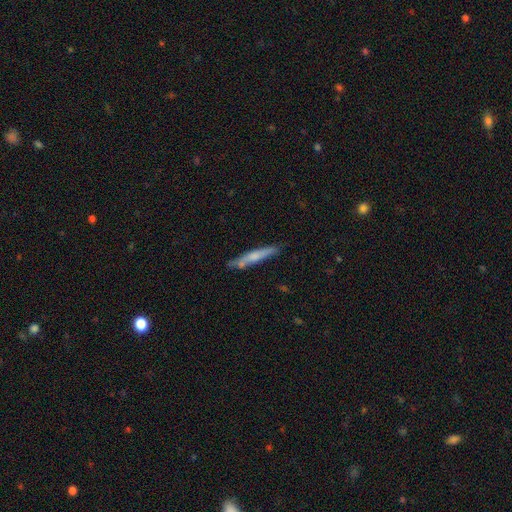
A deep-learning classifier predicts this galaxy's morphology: Smooth or featured? Predicted: smooth (p=0.58). How rounded? Predicted: cigar-shaped (p=0.93). Merging? Predicted: none (p=0.75).